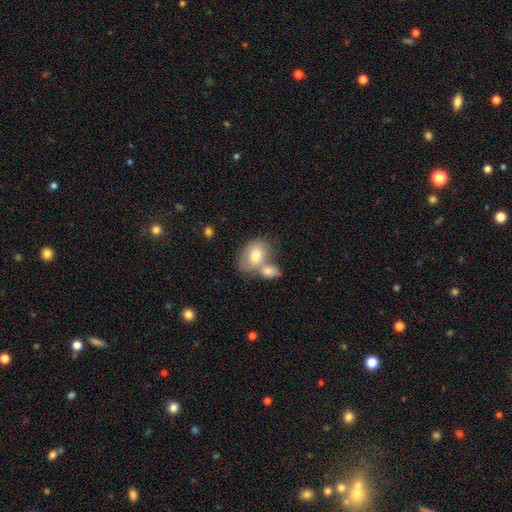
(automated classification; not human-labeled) Morphology: type=smooth (76%); roundness=in between (82%); merging=merger (52%).